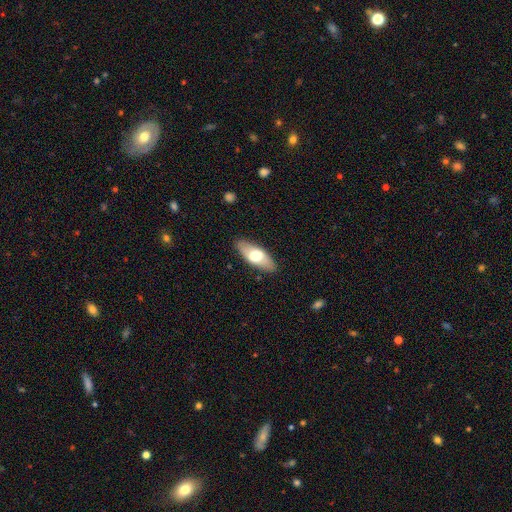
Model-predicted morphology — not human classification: Smooth or featured?
  - smooth: 60% *
  - featured or disk: 34%
  - star or artifact: 6%
How rounded?
  - in between: 77% *
  - cigar-shaped: 20%
  - round: 3%
Merging?
  - none: 87% *
  - minor disturbance: 10%
  - major disturbance: 2%
  - merger: 1%